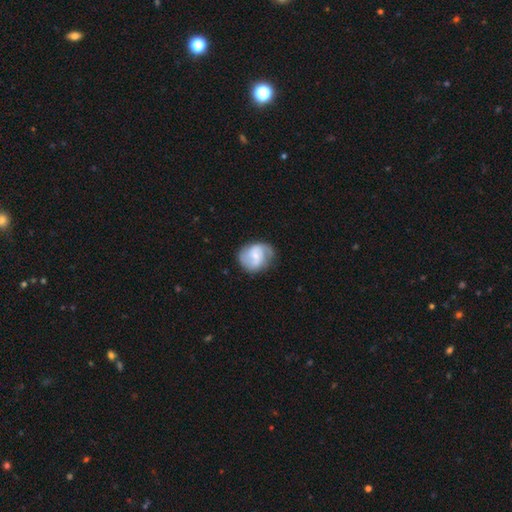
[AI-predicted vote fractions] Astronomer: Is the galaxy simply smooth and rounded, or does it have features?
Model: featured or disk — 67%.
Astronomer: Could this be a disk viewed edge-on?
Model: no — 98%.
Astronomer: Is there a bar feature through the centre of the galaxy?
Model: no — 46% (runner-up: weak, 44%).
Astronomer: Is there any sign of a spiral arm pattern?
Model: yes — 90%.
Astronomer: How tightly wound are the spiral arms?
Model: medium — 46% (runner-up: tight, 31%).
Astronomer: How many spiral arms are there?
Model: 2 — 72%.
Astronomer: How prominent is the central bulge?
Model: small — 58%.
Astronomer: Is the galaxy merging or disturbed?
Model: none — 66%.